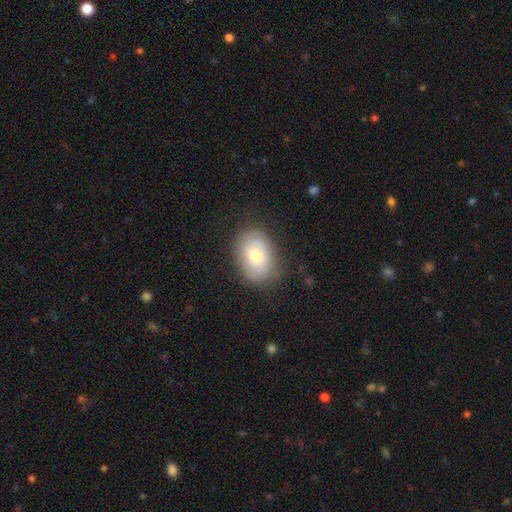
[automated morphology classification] smooth_or_featured: smooth (p=0.71) [alt: featured or disk p=0.21]
how_rounded: in between (p=0.78) [alt: round p=0.21]
merging: none (p=0.78) [alt: minor disturbance p=0.16]